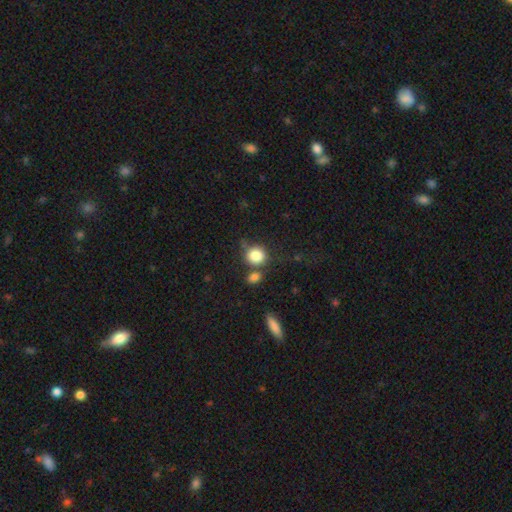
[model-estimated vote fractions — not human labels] Morphology: type=smooth (84%); roundness=round (81%); merging=none (61%).